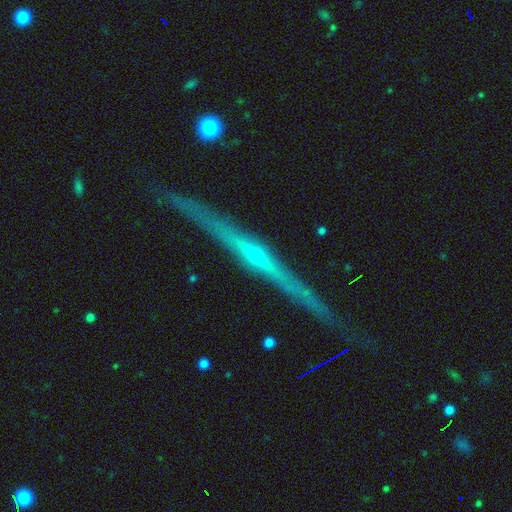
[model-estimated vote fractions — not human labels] Smooth or featured? Predicted: featured or disk (p=0.84). Edge-on disk? Predicted: yes (p=0.97). Edge-on bulge? Predicted: rounded (p=0.66). Merging? Predicted: none (p=0.86).